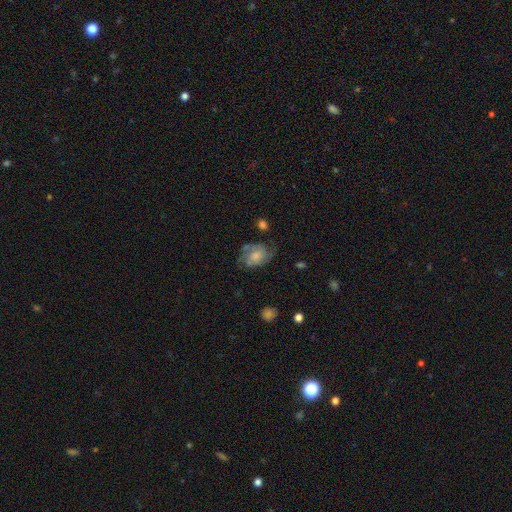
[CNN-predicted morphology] smooth-or-featured: featured or disk: 56% | smooth: 36% | star or artifact: 8%
  disk-edge-on: no: 96% | yes: 4%
    bar: no: 74% | weak: 23% | strong: 3%
    has-spiral-arms: yes: 84% | no: 16%
    bulge-size: moderate: 34% | large: 24% | small: 22% | none: 16% | dominant: 3%
  merging: none: 57% | minor disturbance: 26% | major disturbance: 14% | merger: 4%